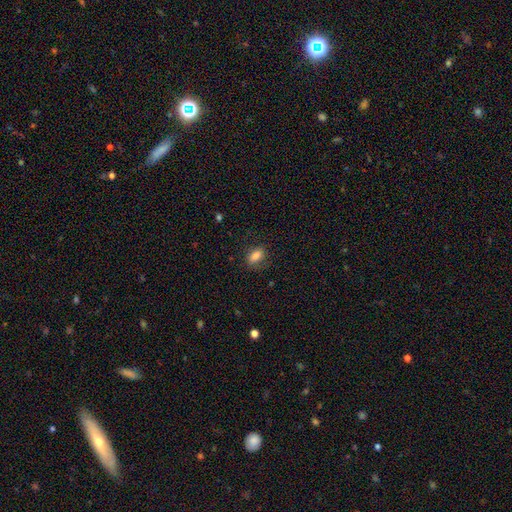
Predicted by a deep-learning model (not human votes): Morphology: type=smooth (83%); roundness=in between (84%); merging=none (81%).